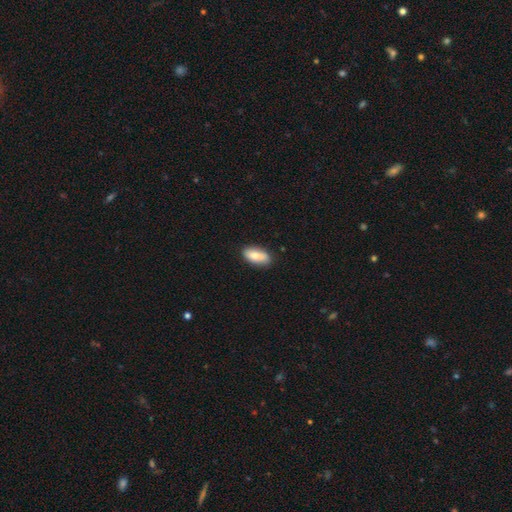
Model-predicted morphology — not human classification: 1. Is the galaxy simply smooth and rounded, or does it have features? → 80% smooth, 14% featured or disk, 6% star or artifact.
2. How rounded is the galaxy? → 86% in between, 11% cigar-shaped, 3% round.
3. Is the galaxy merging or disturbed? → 85% none, 12% minor disturbance, 2% major disturbance, 1% merger.